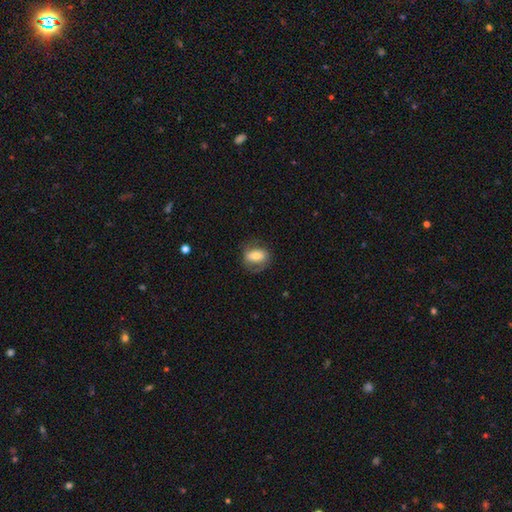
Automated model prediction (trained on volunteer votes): Smooth or featured: smooth — 60% (featured or disk — 33%)
How rounded: in between — 75% (round — 23%)
Merging: none — 70% (minor disturbance — 19%)